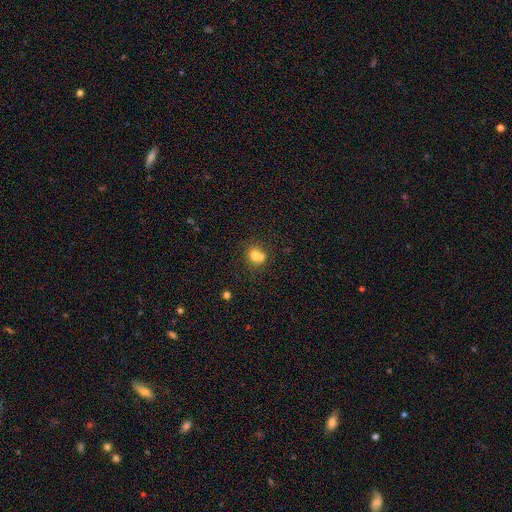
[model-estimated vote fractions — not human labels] smooth-or-featured: smooth: 72% | featured or disk: 16% | star or artifact: 12%
  how-rounded: round: 76% | in between: 24% | cigar-shaped: 1%
  merging: merger: 49% | none: 39% | minor disturbance: 9% | major disturbance: 4%